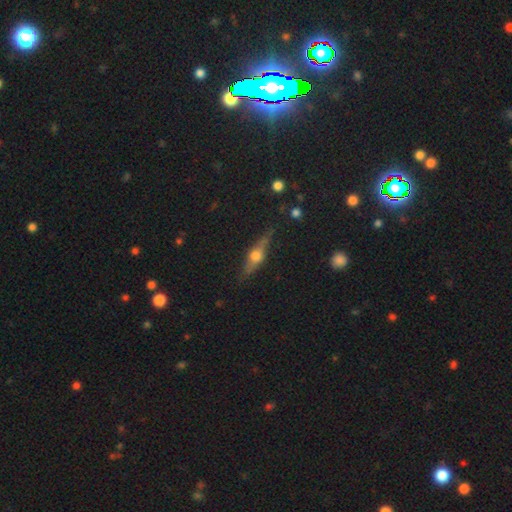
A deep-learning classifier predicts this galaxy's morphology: This appears to be a featured or disk galaxy (62%) viewed edge-on (92%) with a rounded central bulge (94%). Merging: none (81%).